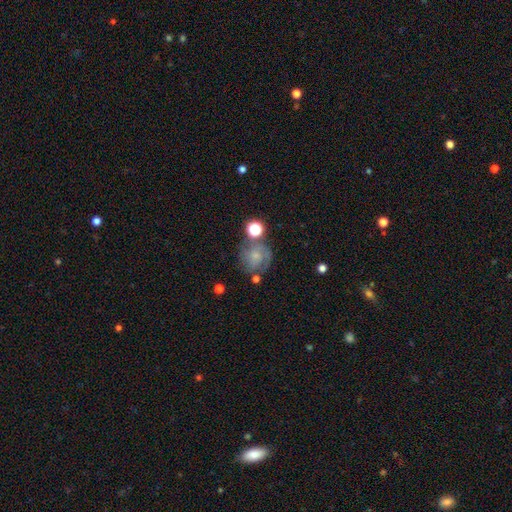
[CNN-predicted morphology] smooth-or-featured: featured or disk: 47% | smooth: 41% | star or artifact: 12%
  merging: none: 54% | minor disturbance: 20% | major disturbance: 14% | merger: 12%